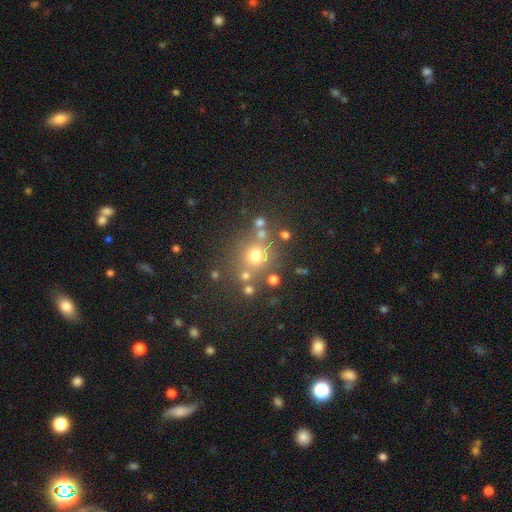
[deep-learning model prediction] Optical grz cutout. It shows a smooth galaxy with no disk features (65%) that is round (88%). Merging: none (71%).